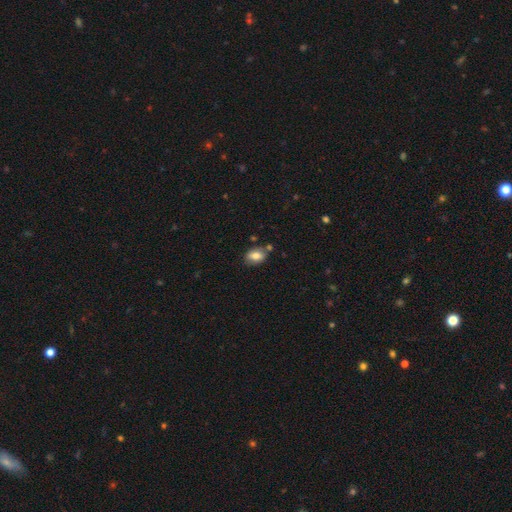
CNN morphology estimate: Smooth or featured? Predicted: smooth (p=0.79). How rounded? Predicted: in between (p=0.80). Merging? Predicted: none (p=0.74).